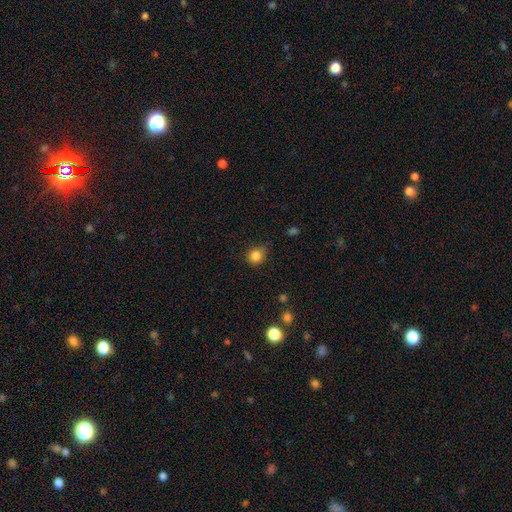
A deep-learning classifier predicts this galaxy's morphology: smooth 84%, star or artifact 11%, featured or disk 4%. Down the decision tree: how rounded — round (84%); merging — none (75%).